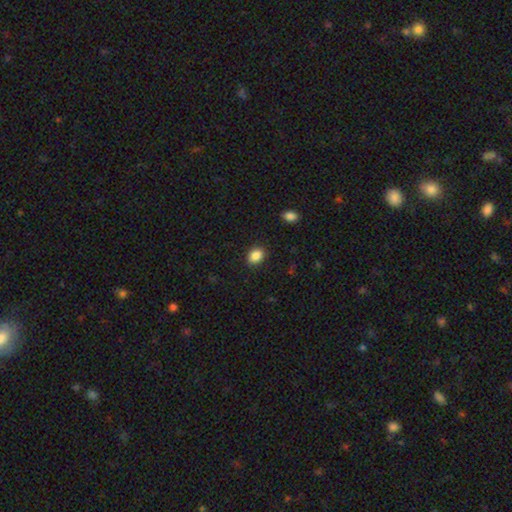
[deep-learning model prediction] A smooth galaxy with no disk features (87%) that is in between round and cigar-shaped (61%). Merging: none (89%).